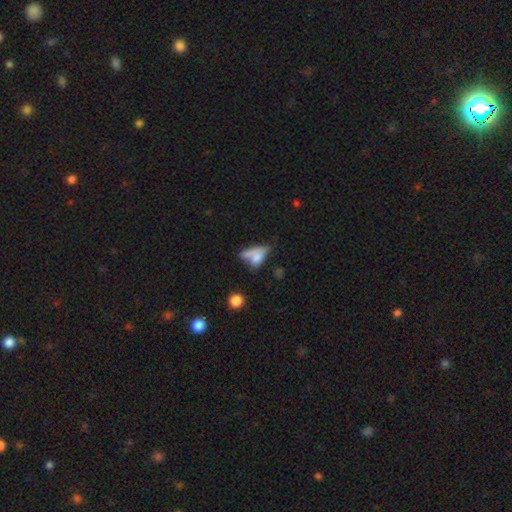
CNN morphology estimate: A smooth galaxy with no disk features (61%) that is in between round and cigar-shaped (64%).

Vote fractions:
- Smooth or featured? smooth: 61% / featured or disk: 28% / star or artifact: 11%
- How rounded? in between: 64% / cigar-shaped: 24% / round: 13%
- Merging? none: 34% / merger: 32% / minor disturbance: 18% / major disturbance: 16%